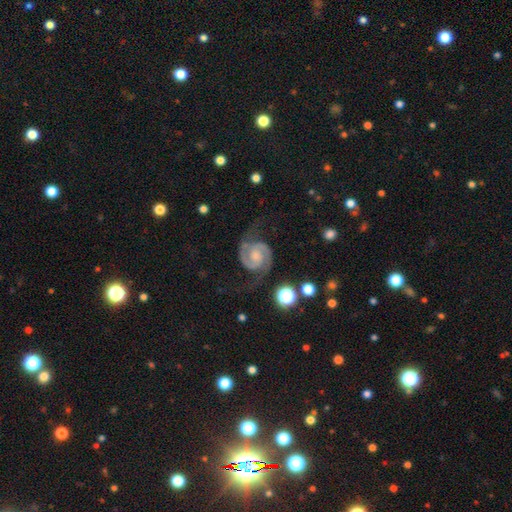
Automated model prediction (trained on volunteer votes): This appears to be a featured or disk galaxy (90%) with no bar (57%), 2 (94%) medium (52%) spiral arms (98%) and a moderate central bulge (37%). Merging: none (69%).